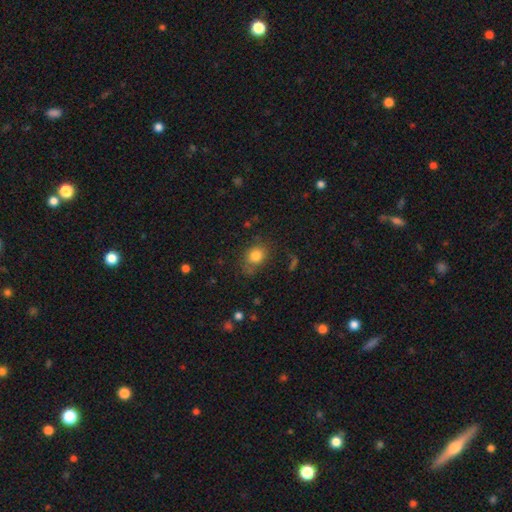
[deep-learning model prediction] Smooth or featured? smooth (81%)
How rounded? round (60%)
Merging? none (71%)